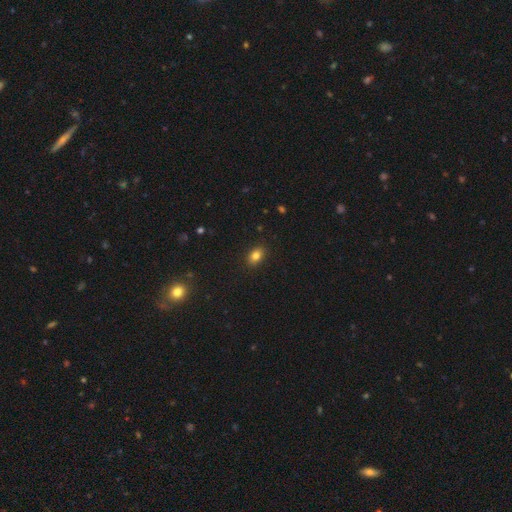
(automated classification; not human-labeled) Smooth or featured?
  - smooth: 83% *
  - star or artifact: 10%
  - featured or disk: 7%
How rounded?
  - in between: 82% *
  - round: 17%
  - cigar-shaped: 2%
Merging?
  - none: 89% *
  - minor disturbance: 8%
  - major disturbance: 2%
  - merger: 1%